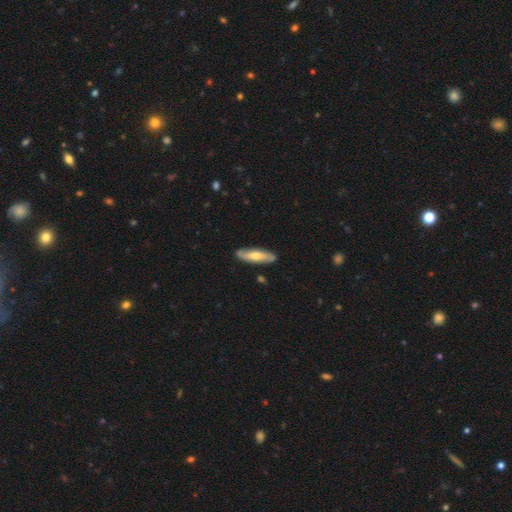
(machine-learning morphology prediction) A smooth galaxy with no disk features (51%) that is cigar-shaped (66%). Merging: none (86%).